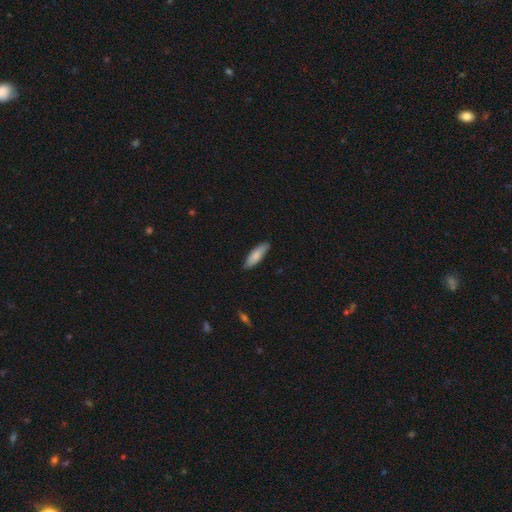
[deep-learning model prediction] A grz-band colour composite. It shows a smooth galaxy with no disk features (81%) that is cigar-shaped (54%). Merging: none (84%).